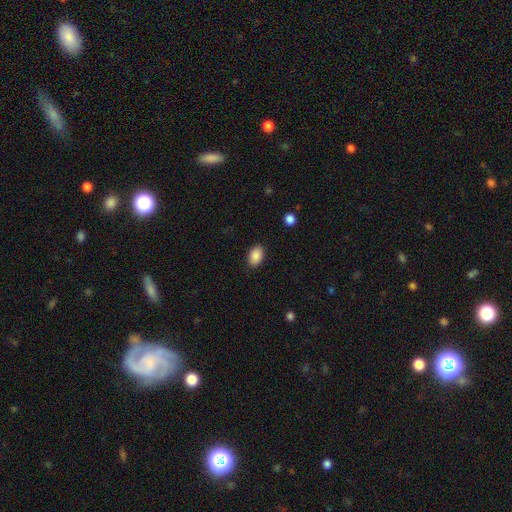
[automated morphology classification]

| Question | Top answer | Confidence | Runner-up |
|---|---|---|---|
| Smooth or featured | smooth | 89% | star or artifact (7%) |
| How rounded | in between | 88% | round (11%) |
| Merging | none | 88% | minor disturbance (9%) |